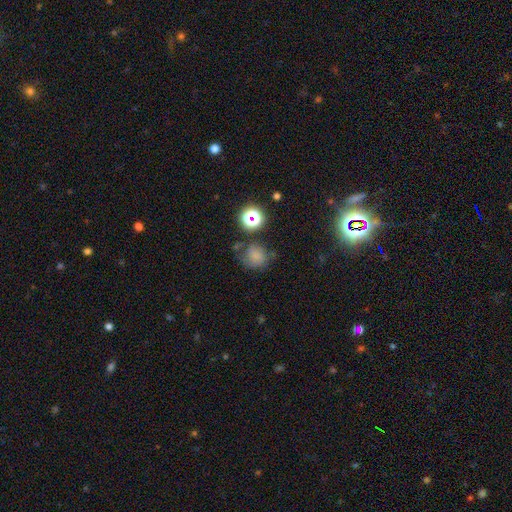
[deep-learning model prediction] The model was most divided on "merging": none: 55%, minor disturbance: 24%, major disturbance: 13%, merger: 8%. More confident: how rounded — round (72%); smooth or featured — smooth (68%).